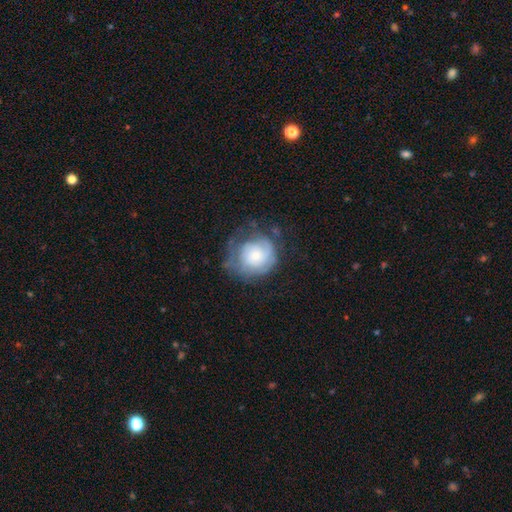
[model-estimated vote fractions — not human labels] Smooth or featured? smooth (49%)
Merging? none (44%)